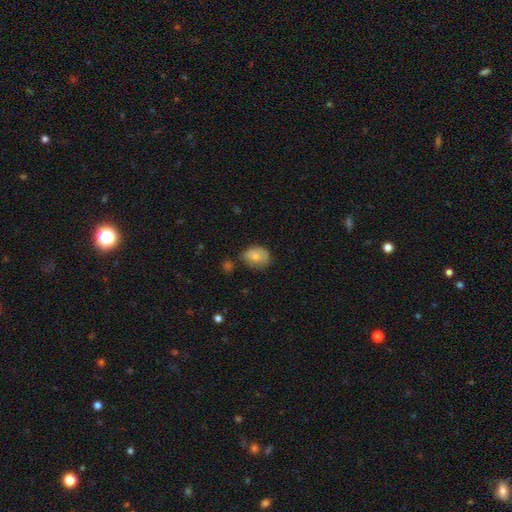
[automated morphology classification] smooth-or-featured: smooth: 77% | featured or disk: 15% | star or artifact: 8%
  how-rounded: in between: 59% | round: 40% | cigar-shaped: 1%
  merging: none: 51% | minor disturbance: 33% | major disturbance: 11% | merger: 6%